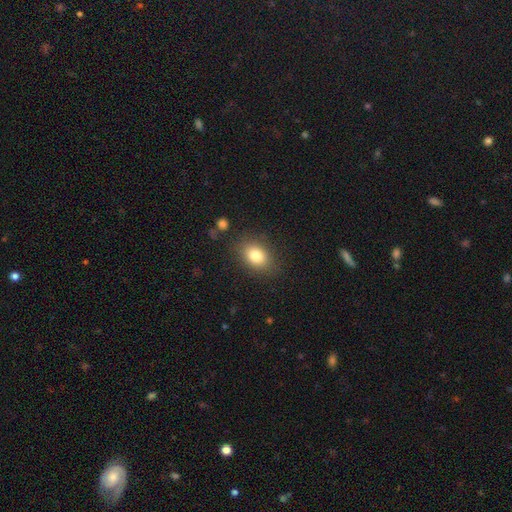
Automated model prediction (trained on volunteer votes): This is clearly a smooth galaxy (81%). How rounded: likely in between (73%). Merging: clearly none (83%).